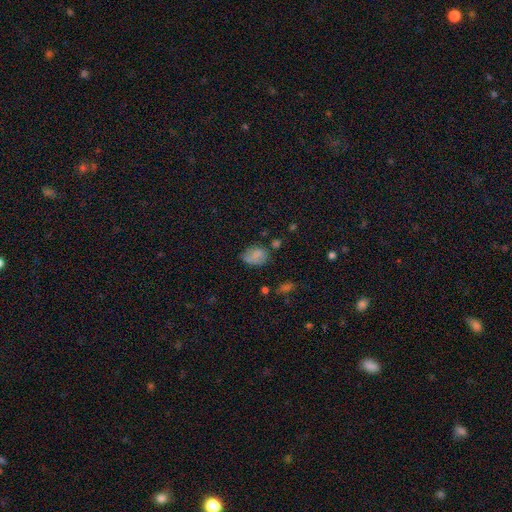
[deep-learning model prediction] Overall: smooth (75%). How rounded: in between (70%). Merging: none (53%; minor disturbance 29%).